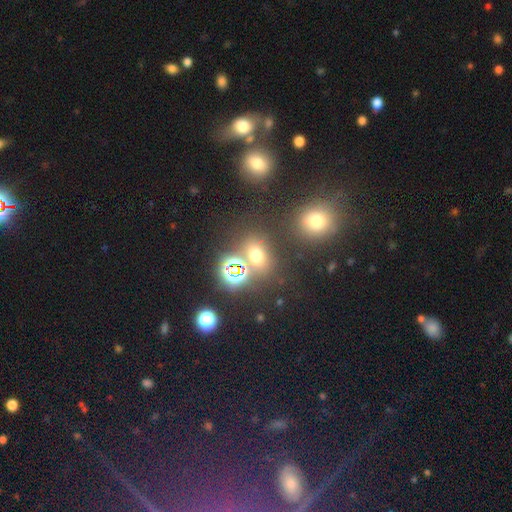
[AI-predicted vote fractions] smooth_or_featured: smooth (p=0.54) [alt: star or artifact p=0.36]
how_rounded: round (p=0.52) [alt: in between p=0.46]
merging: none (p=0.68) [alt: merger p=0.16]